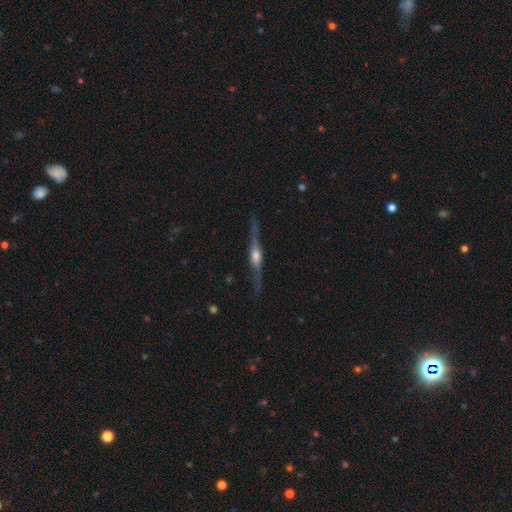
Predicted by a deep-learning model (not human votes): smooth-or-featured: featured or disk: 75% | smooth: 19% | star or artifact: 6%
  disk-edge-on: yes: 96% | no: 4%
    edge-on-bulge: rounded: 84% | boxy: 11% | none: 5%
  merging: none: 82% | minor disturbance: 13% | major disturbance: 3% | merger: 2%